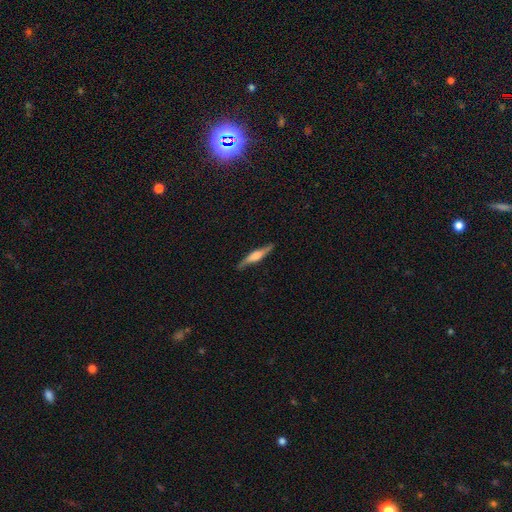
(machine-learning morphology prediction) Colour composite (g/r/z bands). It shows a featured or disk galaxy (62%) viewed edge-on (93%) with a rounded central bulge (64%). Merging: none (85%).